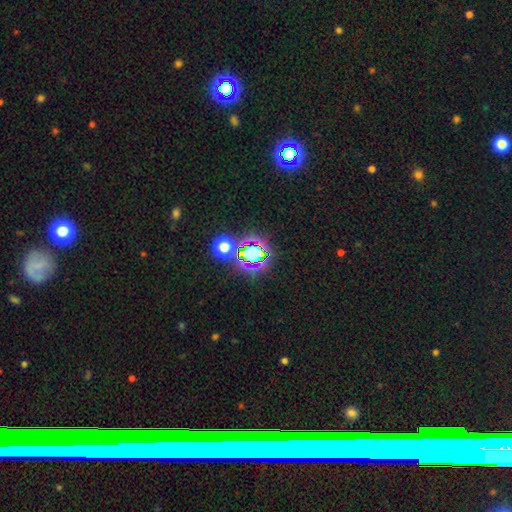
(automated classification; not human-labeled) Q: Smooth or featured?
A: star or artifact (64%); runner-up: smooth (24%)